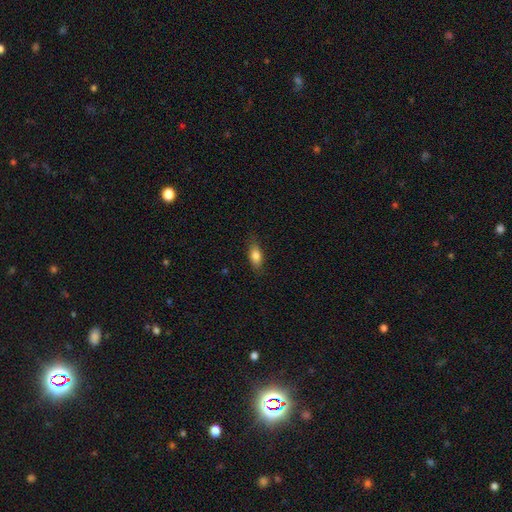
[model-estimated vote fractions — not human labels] Q: Smooth or featured?
A: smooth (82%); runner-up: featured or disk (11%)
Q: How rounded?
A: in between (83%); runner-up: cigar-shaped (13%)
Q: Merging?
A: none (81%); runner-up: minor disturbance (15%)